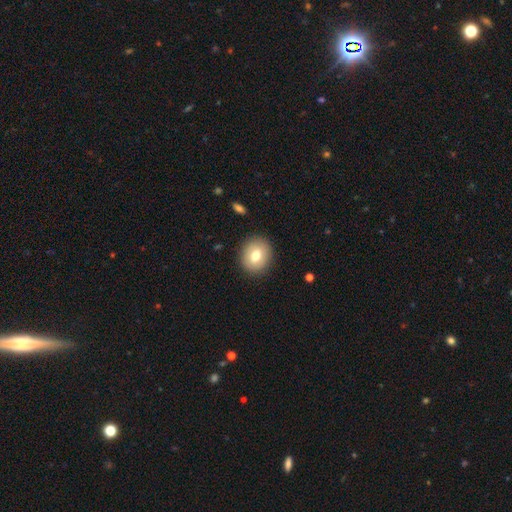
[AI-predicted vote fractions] Overall: smooth (73%). How rounded: round (73%). Merging: none (88%).